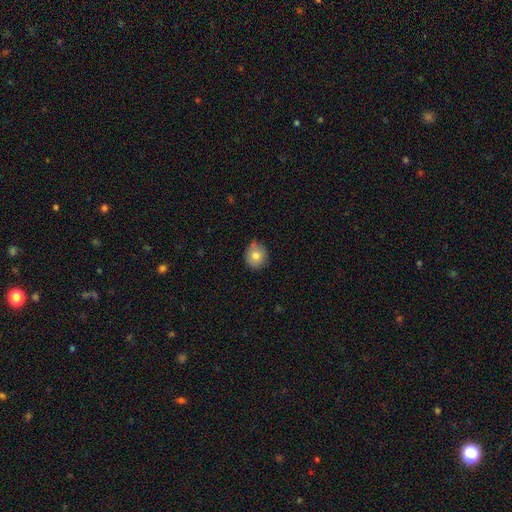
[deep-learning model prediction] This appears to be a smooth galaxy with no disk features (80%) that is round (84%). Merging: none (80%).